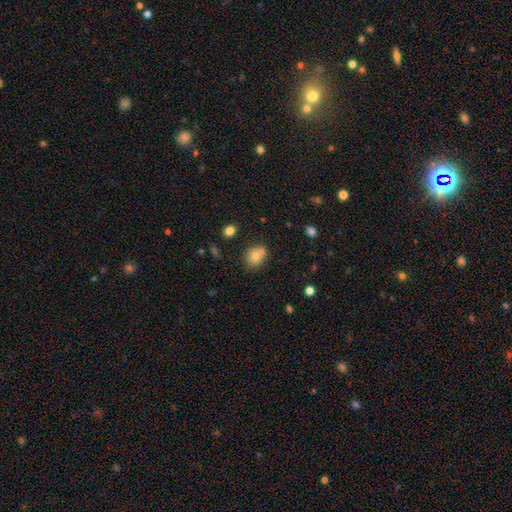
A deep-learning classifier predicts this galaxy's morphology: A smooth galaxy with no disk features (74%) that is round (74%).

Vote fractions:
- Smooth or featured? smooth: 74% / featured or disk: 15% / star or artifact: 11%
- How rounded? round: 74% / in between: 26% / cigar-shaped: 1%
- Merging? none: 56% / merger: 29% / minor disturbance: 11% / major disturbance: 3%